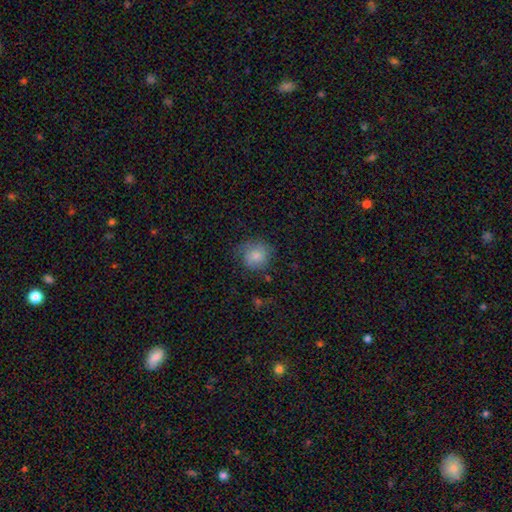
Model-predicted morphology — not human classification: A smooth galaxy with no disk features (80%) that is round (85%). Merging: none (67%).